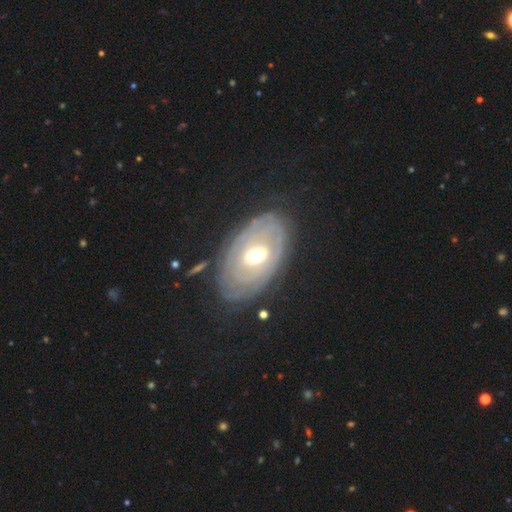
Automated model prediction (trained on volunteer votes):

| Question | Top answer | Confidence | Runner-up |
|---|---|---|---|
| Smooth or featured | featured or disk | 78% | smooth (17%) |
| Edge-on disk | no | 92% | yes (8%) |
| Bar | no | 53% | weak (33%) |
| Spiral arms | yes | 69% | no (31%) |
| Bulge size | moderate | 73% | large (13%) |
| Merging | none | 74% | minor disturbance (17%) |